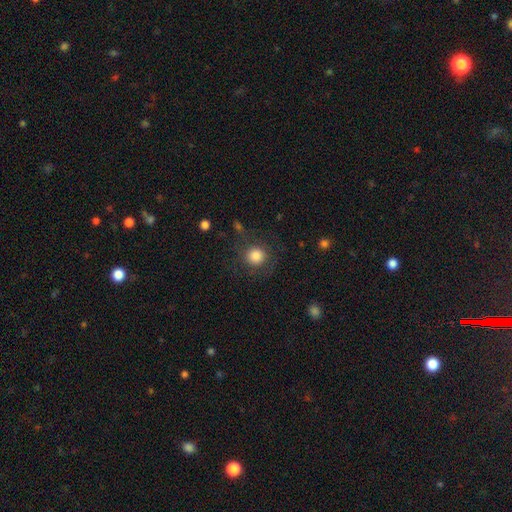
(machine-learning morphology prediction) Q: Smooth or featured?
A: smooth (84%); runner-up: star or artifact (10%)
Q: How rounded?
A: round (92%); runner-up: in between (7%)
Q: Merging?
A: none (80%); runner-up: minor disturbance (11%)